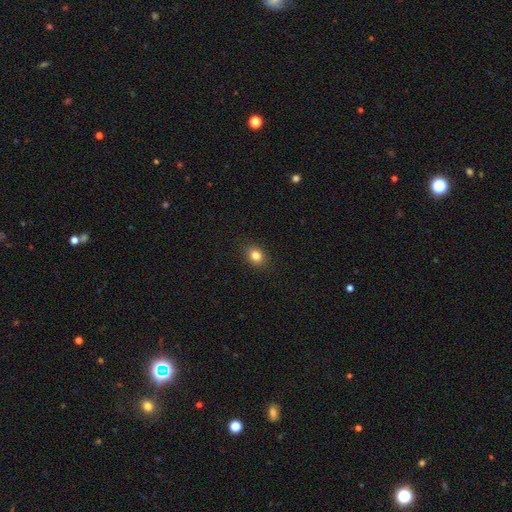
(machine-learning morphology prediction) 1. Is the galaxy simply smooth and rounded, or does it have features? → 82% smooth, 11% star or artifact, 6% featured or disk.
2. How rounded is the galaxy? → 55% in between, 44% round, 1% cigar-shaped.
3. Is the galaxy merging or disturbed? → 89% none, 8% minor disturbance, 2% major disturbance, 1% merger.